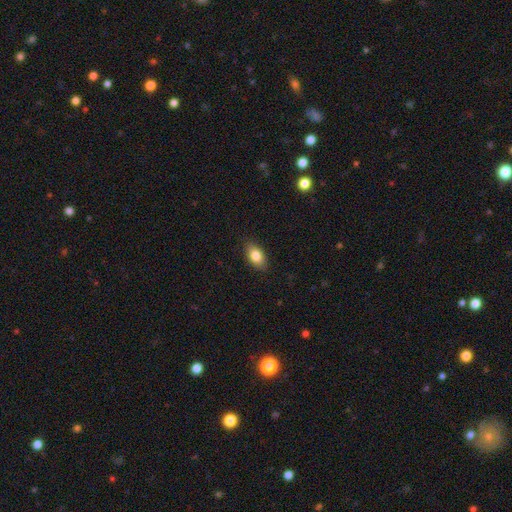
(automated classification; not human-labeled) Smooth or featured?
  - smooth: 82% *
  - featured or disk: 10%
  - star or artifact: 8%
How rounded?
  - in between: 90% *
  - round: 8%
  - cigar-shaped: 3%
Merging?
  - none: 87% *
  - minor disturbance: 10%
  - major disturbance: 2%
  - merger: 1%